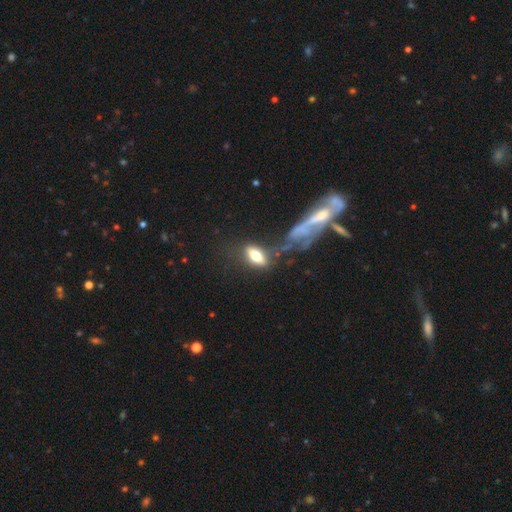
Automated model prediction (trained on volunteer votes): Smooth or featured? Predicted: smooth (p=0.63). How rounded? Predicted: in between (p=0.79). Merging? Predicted: none (p=0.49).